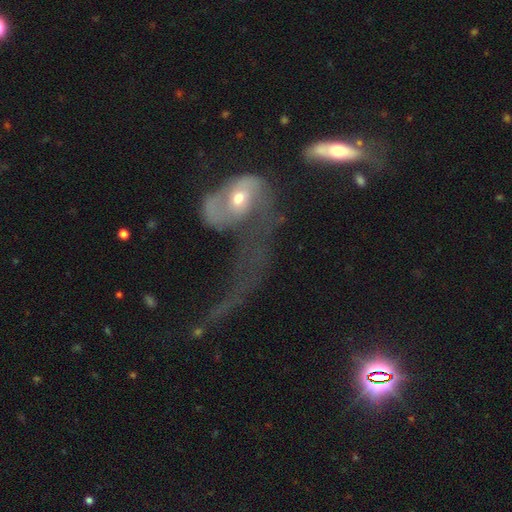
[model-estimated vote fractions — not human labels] Smooth or featured?
  - featured or disk: 62% *
  - smooth: 24%
  - star or artifact: 13%
Edge-on disk?
  - no: 88% *
  - yes: 12%
Bar?
  - no: 68% *
  - weak: 23%
  - strong: 9%
Spiral arms?
  - yes: 57% *
  - no: 43%
Bulge size?
  - moderate: 55% *
  - small: 33%
  - large: 6%
  - none: 4%
  - dominant: 2%
Merging?
  - major disturbance: 57% *
  - merger: 20%
  - none: 14%
  - minor disturbance: 9%